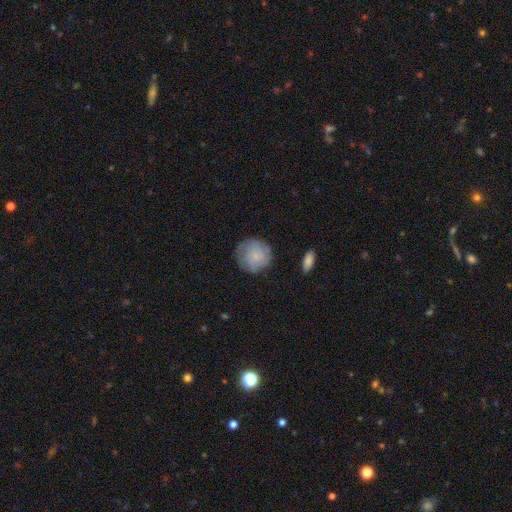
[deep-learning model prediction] Morphology: type=smooth (70%); roundness=round (91%); merging=none (72%).